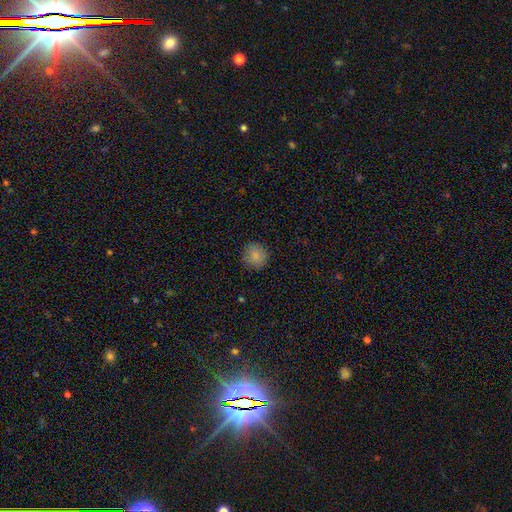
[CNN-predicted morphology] smooth-or-featured: smooth: 85% | star or artifact: 10% | featured or disk: 5%
  how-rounded: round: 92% | in between: 7% | cigar-shaped: 1%
  merging: none: 88% | minor disturbance: 9% | major disturbance: 2% | merger: 1%